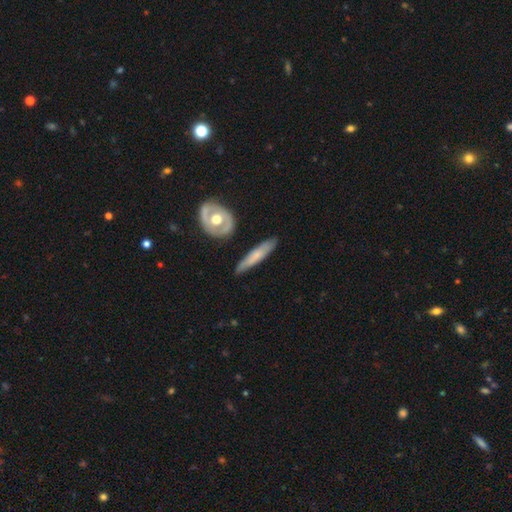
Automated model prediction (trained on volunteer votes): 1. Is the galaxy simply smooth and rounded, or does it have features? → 51% smooth, 43% featured or disk, 6% star or artifact.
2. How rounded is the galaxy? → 81% cigar-shaped, 16% in between, 3% round.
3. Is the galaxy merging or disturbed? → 82% none, 13% minor disturbance, 3% merger, 2% major disturbance.